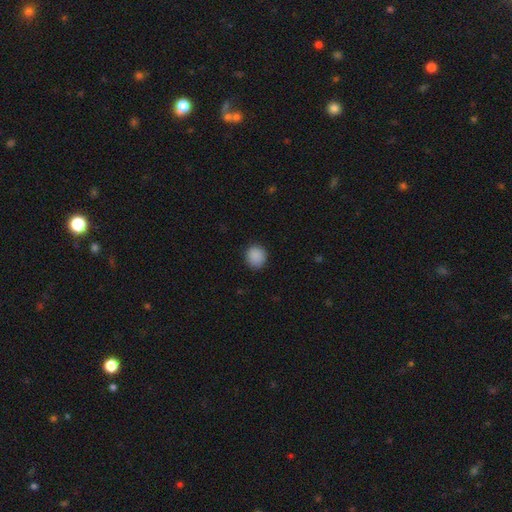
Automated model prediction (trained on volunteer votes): This is clearly a smooth galaxy (89%). How rounded: clearly round (87%). Merging: clearly none (88%).